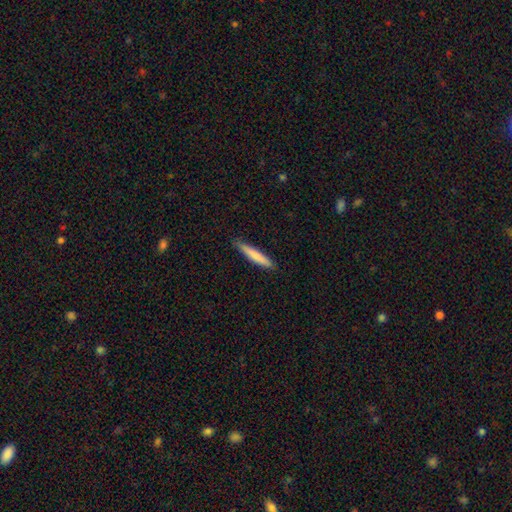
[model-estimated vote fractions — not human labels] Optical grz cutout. It shows a smooth galaxy with no disk features (78%) that is cigar-shaped (92%). Merging: none (87%).